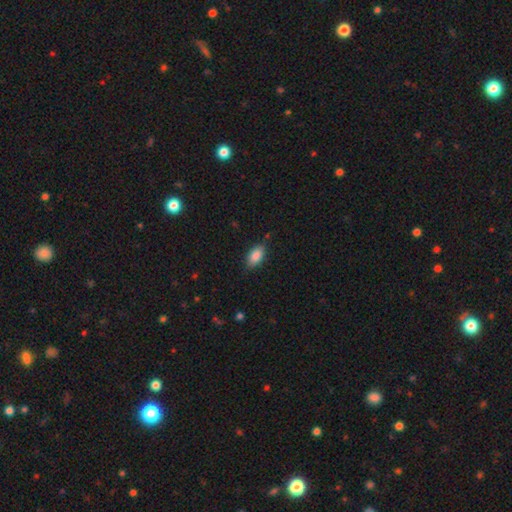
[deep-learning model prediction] smooth 86%, star or artifact 7%, featured or disk 6%. Down the decision tree: how rounded — in between (90%); merging — none (81%).